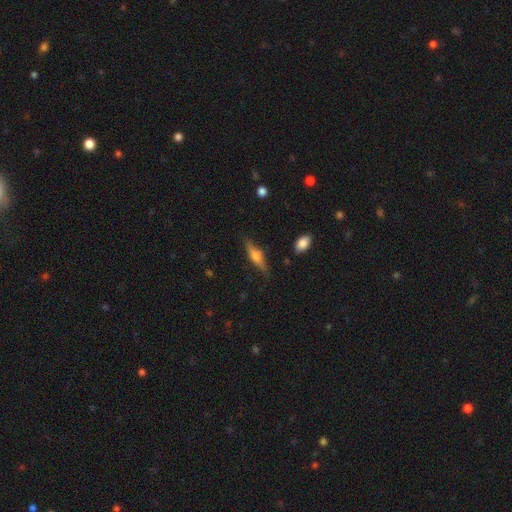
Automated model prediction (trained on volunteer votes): Morphology: type=featured or disk (62%); edge-on=yes (96%); edge-on bulge=rounded (84%); merging=none (83%).